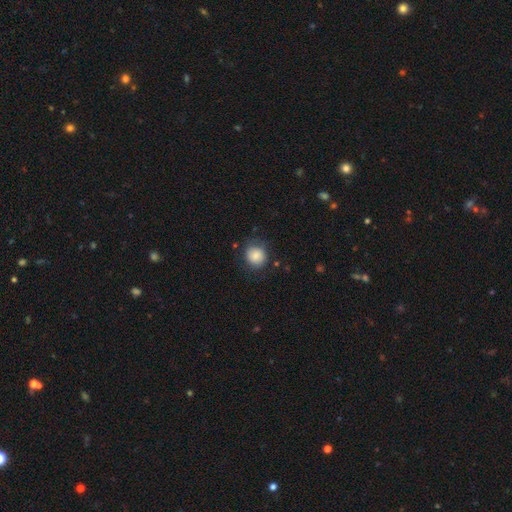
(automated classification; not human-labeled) A smooth galaxy with no disk features (84%) that is round (85%).

Vote fractions:
- Smooth or featured? smooth: 84% / star or artifact: 9% / featured or disk: 7%
- How rounded? round: 85% / in between: 14% / cigar-shaped: 1%
- Merging? none: 77% / minor disturbance: 16% / major disturbance: 5% / merger: 1%